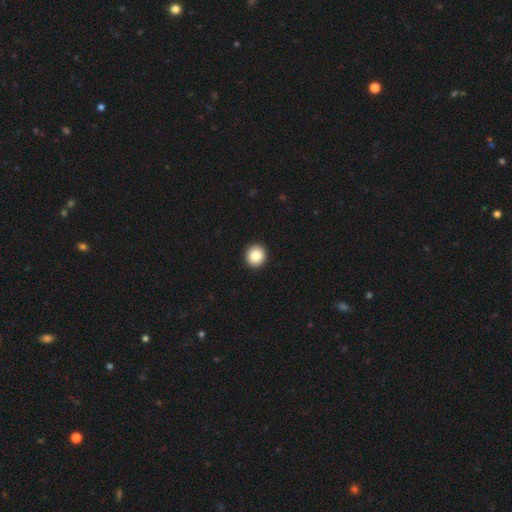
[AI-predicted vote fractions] smooth_or_featured: smooth (p=0.86) [alt: star or artifact p=0.08]
how_rounded: round (p=0.89) [alt: in between p=0.10]
merging: none (p=0.94) [alt: minor disturbance p=0.04]